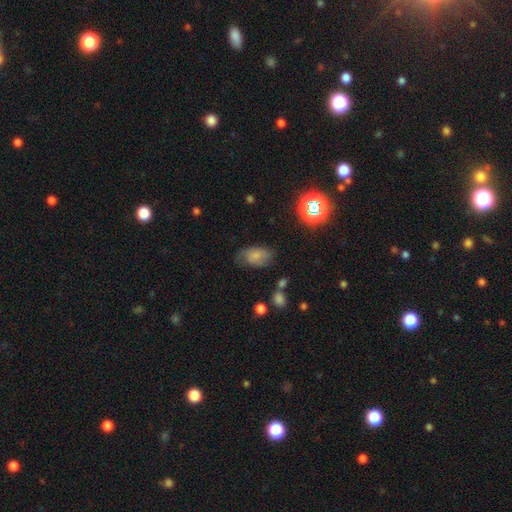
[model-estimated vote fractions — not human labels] Overall: smooth (67%). How rounded: in between (90%). Merging: none (57%; minor disturbance 29%).